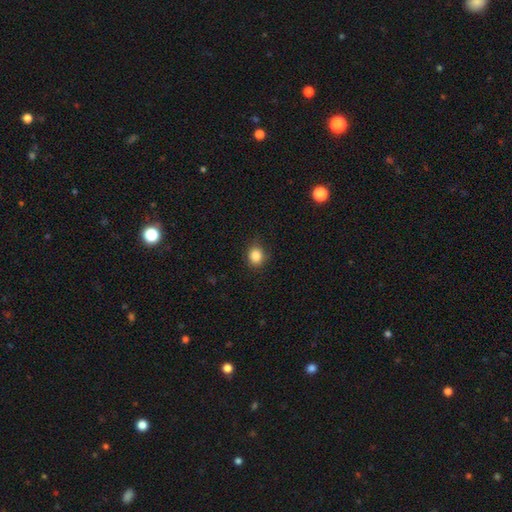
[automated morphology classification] The model was most divided on "how rounded": round: 69%, in between: 30%, cigar-shaped: 1%. More confident: smooth or featured — smooth (86%); merging — none (84%).